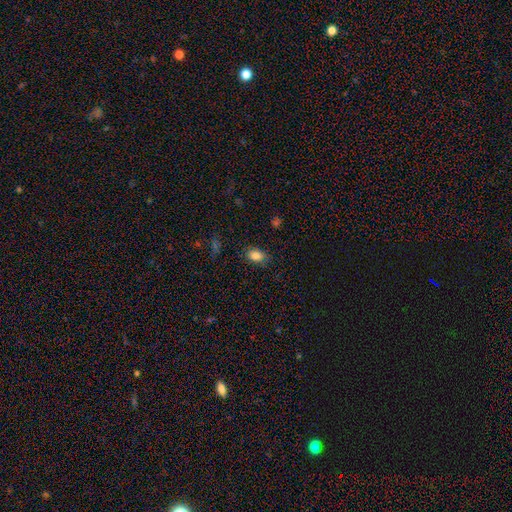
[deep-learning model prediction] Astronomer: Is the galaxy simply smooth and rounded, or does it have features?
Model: smooth — 84%.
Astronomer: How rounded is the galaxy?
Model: in between — 84%.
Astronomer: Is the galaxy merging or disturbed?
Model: none — 82%.